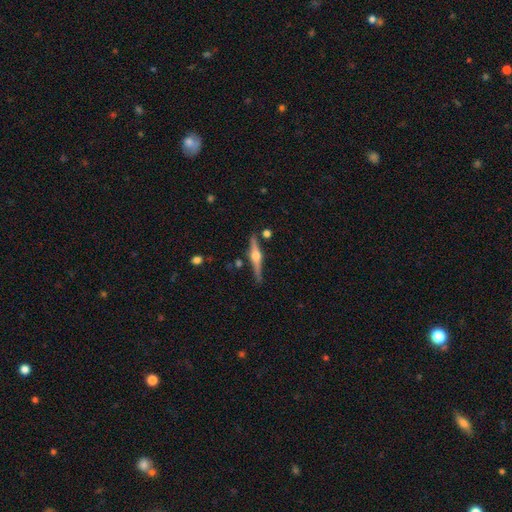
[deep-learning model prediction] smooth-or-featured: featured or disk: 82% | smooth: 13% | star or artifact: 6%
  disk-edge-on: yes: 98% | no: 2%
    edge-on-bulge: rounded: 95% | boxy: 3% | none: 2%
  merging: none: 86% | minor disturbance: 8% | merger: 3% | major disturbance: 2%